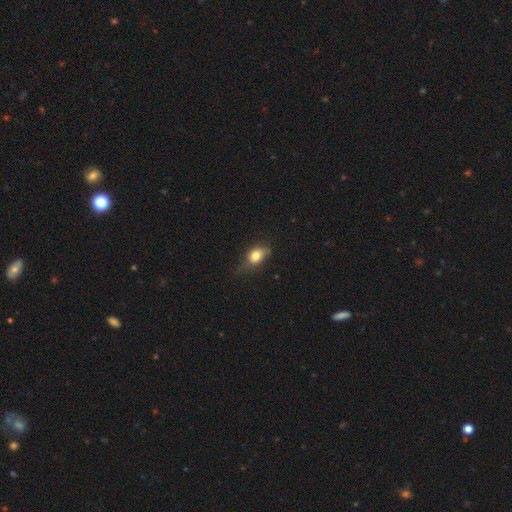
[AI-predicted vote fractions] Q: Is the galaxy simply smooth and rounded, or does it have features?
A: smooth — 80%.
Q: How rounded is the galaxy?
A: in between — 69%.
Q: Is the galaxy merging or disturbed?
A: none — 51%.